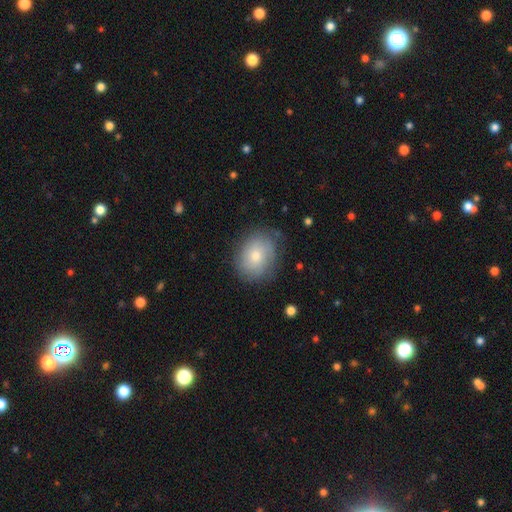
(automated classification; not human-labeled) smooth 68%, featured or disk 24%, star or artifact 8%. Down the decision tree: how rounded — round (50%); merging — none (76%).